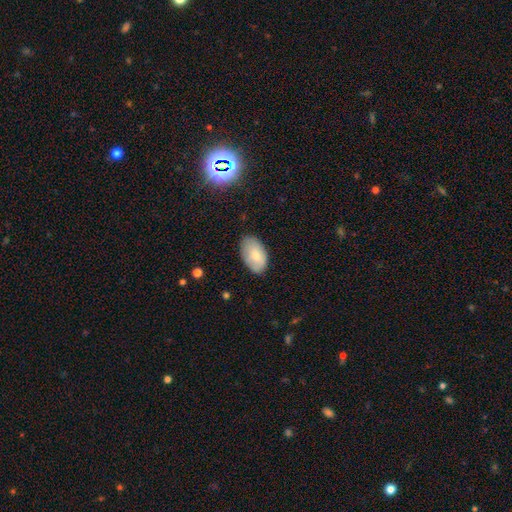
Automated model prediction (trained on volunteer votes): smooth 79%, featured or disk 14%, star or artifact 6%. Down the decision tree: how rounded — in between (94%); merging — none (79%).